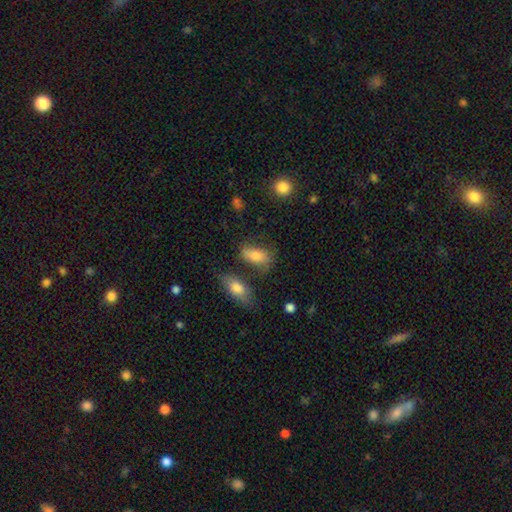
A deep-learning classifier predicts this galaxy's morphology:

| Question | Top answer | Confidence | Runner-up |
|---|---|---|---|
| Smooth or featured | smooth | 76% | featured or disk (15%) |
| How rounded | in between | 85% | cigar-shaped (9%) |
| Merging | none | 61% | minor disturbance (20%) |